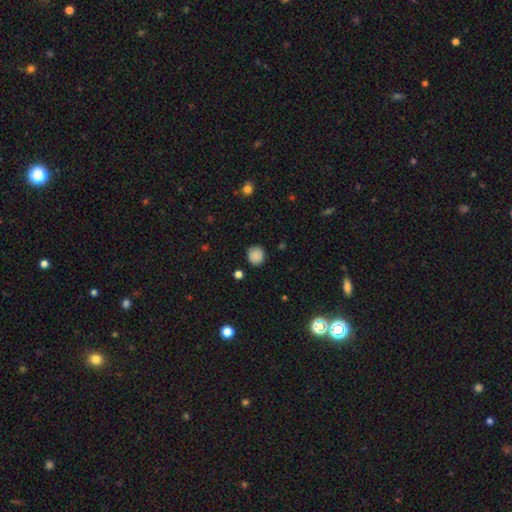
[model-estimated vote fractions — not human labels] Smooth or featured? smooth (87%)
How rounded? round (89%)
Merging? none (88%)